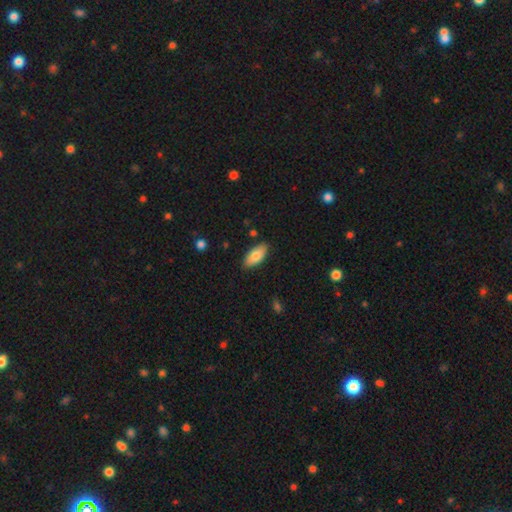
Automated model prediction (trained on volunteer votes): This is likely a smooth galaxy (79%). How rounded: clearly in between (90%). Merging: clearly none (85%).